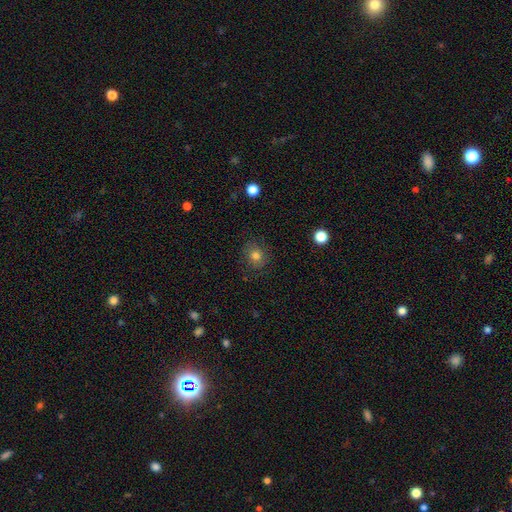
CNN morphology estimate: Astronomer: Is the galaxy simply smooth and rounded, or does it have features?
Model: smooth — 77%.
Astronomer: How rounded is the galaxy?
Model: round — 77%.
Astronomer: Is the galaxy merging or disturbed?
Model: none — 83%.